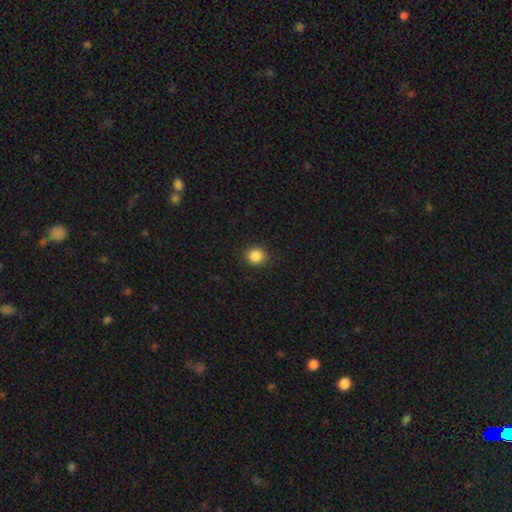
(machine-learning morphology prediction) type=smooth (86%); roundness=round (84%); merging=none (90%).